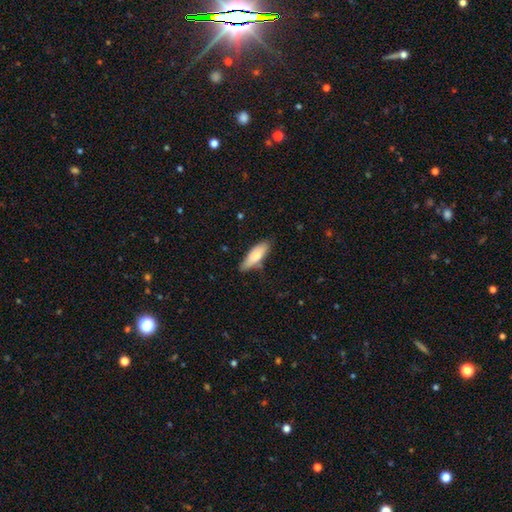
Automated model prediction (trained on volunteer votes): smooth_or_featured: smooth (p=0.77) [alt: featured or disk p=0.17]
how_rounded: in between (p=0.58) [alt: cigar-shaped p=0.40]
merging: none (p=0.74) [alt: minor disturbance p=0.20]